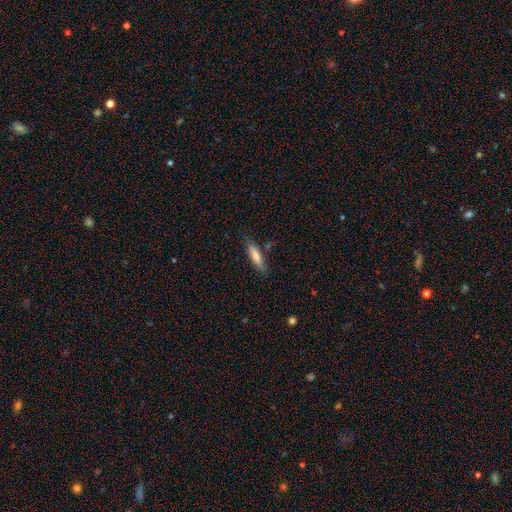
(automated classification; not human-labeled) smooth_or_featured: smooth (p=0.73) [alt: featured or disk p=0.20]
how_rounded: cigar-shaped (p=0.77) [alt: in between p=0.22]
merging: none (p=0.80) [alt: minor disturbance p=0.14]